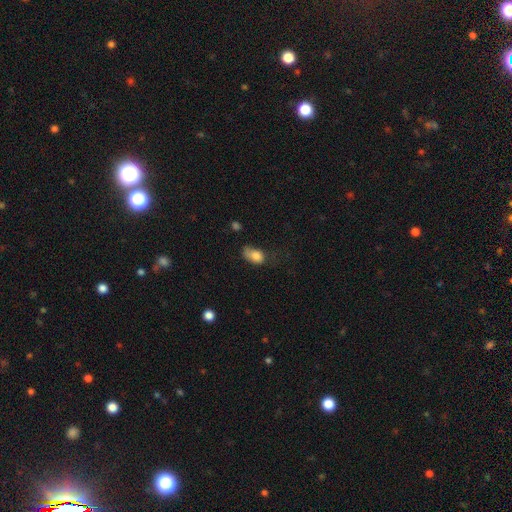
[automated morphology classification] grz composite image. It shows a smooth galaxy with no disk features (79%) that is in between round and cigar-shaped (82%). Merging: minor disturbance (36%).